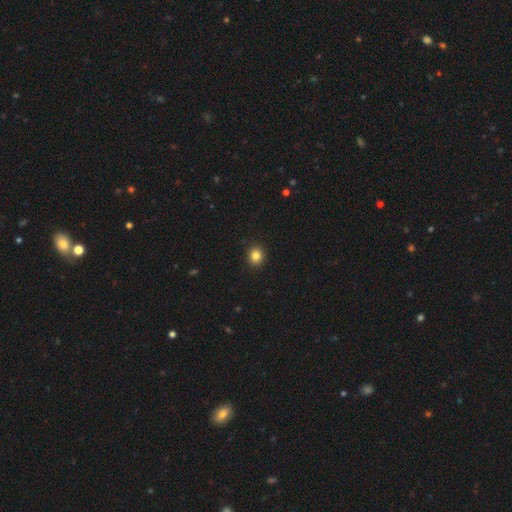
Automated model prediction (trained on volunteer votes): Smooth or featured: smooth — 84% (star or artifact — 11%)
How rounded: round — 81% (in between — 18%)
Merging: none — 92% (minor disturbance — 6%)